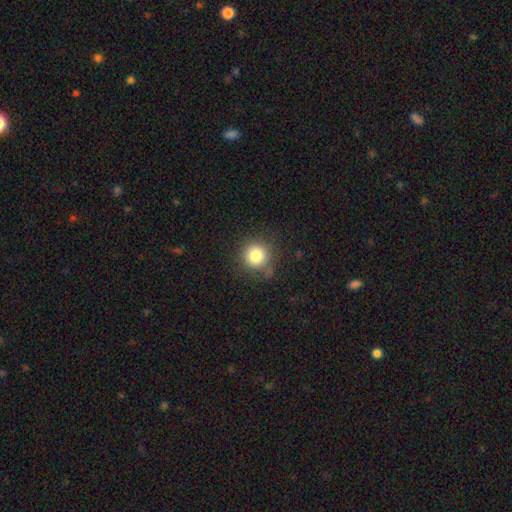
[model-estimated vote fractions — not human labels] This is clearly a smooth galaxy (82%). How rounded: clearly round (93%). Merging: likely none (80%).